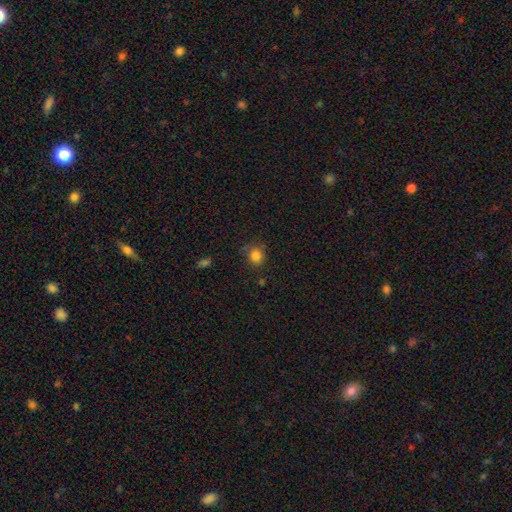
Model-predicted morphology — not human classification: This appears to be a smooth galaxy with no disk features (82%) that is round (86%). Merging: none (74%).